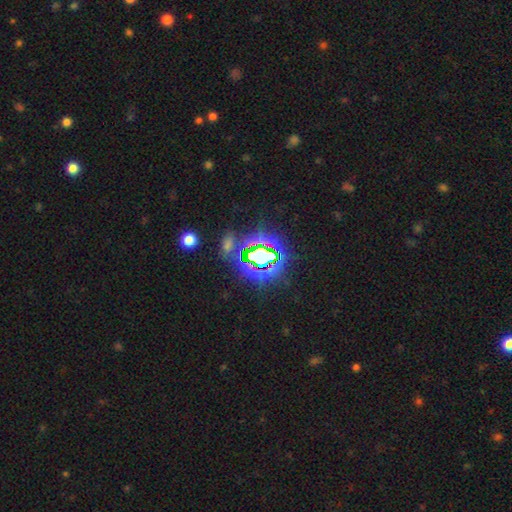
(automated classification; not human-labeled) A star or artifact, not a galaxy (77%).